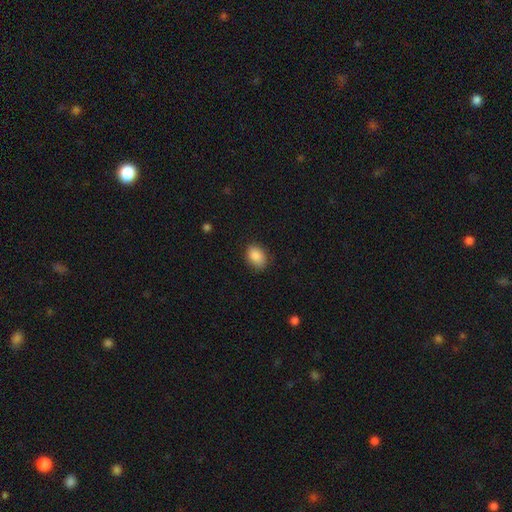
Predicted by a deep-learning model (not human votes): smooth-or-featured: smooth: 88% | star or artifact: 8% | featured or disk: 5%
  how-rounded: in between: 76% | round: 23% | cigar-shaped: 1%
  merging: none: 80% | minor disturbance: 16% | major disturbance: 3% | merger: 1%